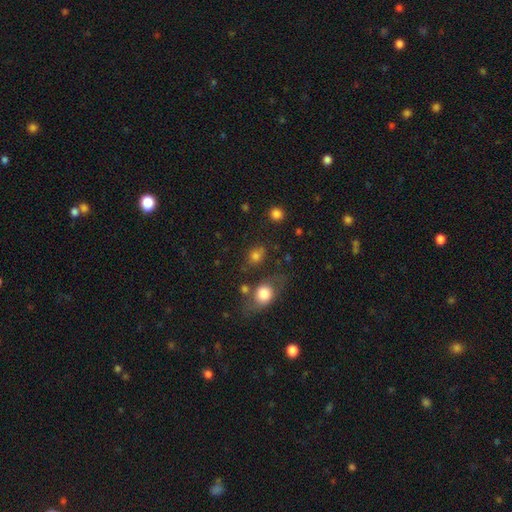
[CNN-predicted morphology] type=smooth (76%); roundness=round (59%); merging=none (66%).